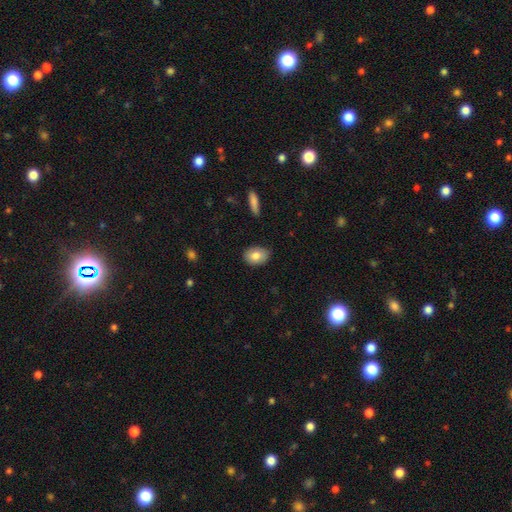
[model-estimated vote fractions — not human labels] A smooth galaxy with no disk features (81%) that is in between round and cigar-shaped (81%).

Vote fractions:
- Smooth or featured? smooth: 81% / featured or disk: 12% / star or artifact: 7%
- How rounded? in between: 81% / round: 18% / cigar-shaped: 1%
- Merging? none: 85% / minor disturbance: 12% / major disturbance: 2% / merger: 1%